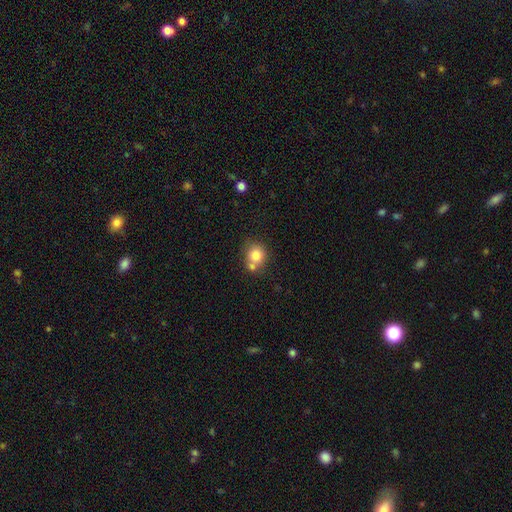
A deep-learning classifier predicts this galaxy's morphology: This appears to be a smooth galaxy with no disk features (79%) that is round (83%). Merging: none (52%).